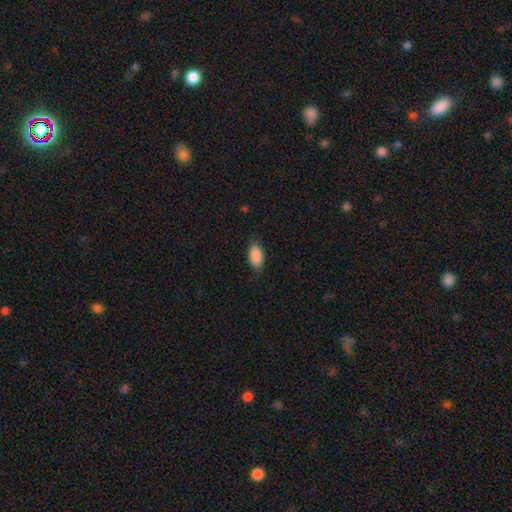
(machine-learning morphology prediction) The model was most divided on "merging": none: 81%, minor disturbance: 15%, major disturbance: 3%, merger: 1%. More confident: how rounded — in between (93%); smooth or featured — smooth (89%).